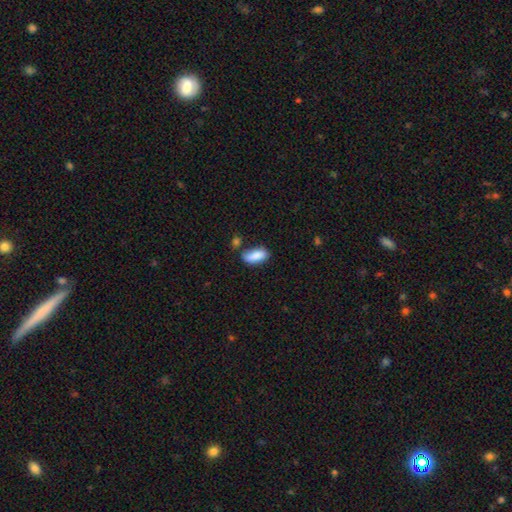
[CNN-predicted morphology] A smooth galaxy with no disk features (86%) that is in between round and cigar-shaped (83%).

Vote fractions:
- Smooth or featured? smooth: 86% / featured or disk: 7% / star or artifact: 7%
- How rounded? in between: 83% / cigar-shaped: 14% / round: 3%
- Merging? none: 60% / minor disturbance: 22% / merger: 13% / major disturbance: 6%